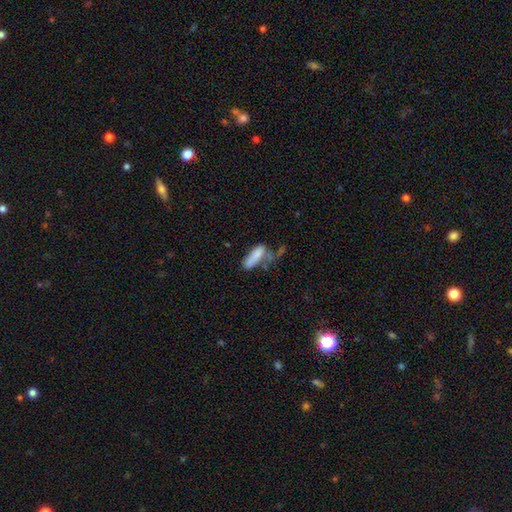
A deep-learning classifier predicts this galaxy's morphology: Smooth or featured: smooth — 77% (featured or disk — 15%)
How rounded: in between — 55% (cigar-shaped — 42%)
Merging: none — 32% (minor disturbance — 24%)